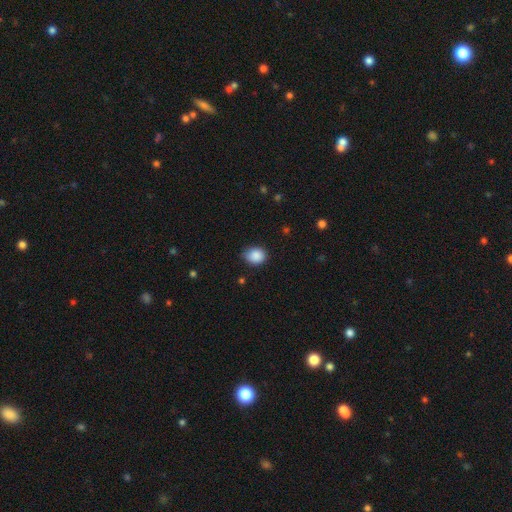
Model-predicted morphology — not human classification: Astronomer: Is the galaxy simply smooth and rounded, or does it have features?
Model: smooth — 88%.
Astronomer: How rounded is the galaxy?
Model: round — 62% (runner-up: in between, 37%).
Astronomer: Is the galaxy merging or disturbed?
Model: none — 77%.